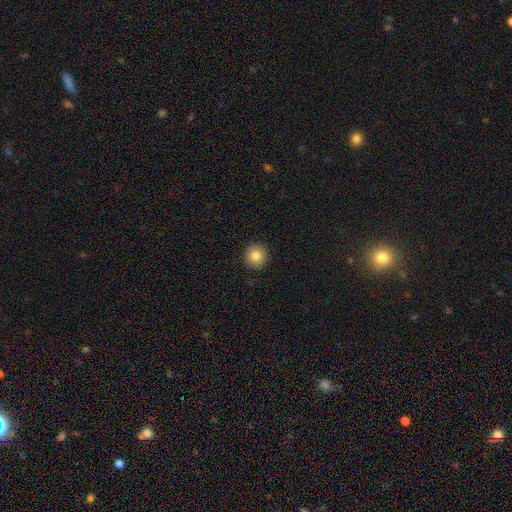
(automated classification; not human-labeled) This appears to be a smooth galaxy with no disk features (84%) that is round (95%). Merging: none (93%).